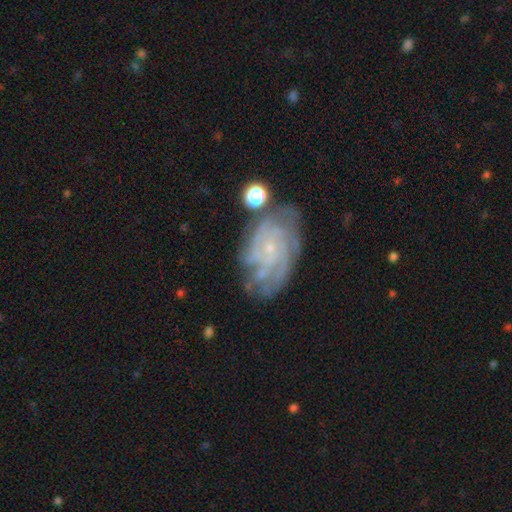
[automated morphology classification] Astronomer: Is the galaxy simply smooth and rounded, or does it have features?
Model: featured or disk — 84%.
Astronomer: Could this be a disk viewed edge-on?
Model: no — 97%.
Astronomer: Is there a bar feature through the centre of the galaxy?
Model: no — 78%.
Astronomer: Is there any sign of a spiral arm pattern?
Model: yes — 94%.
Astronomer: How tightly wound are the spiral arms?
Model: tight — 63%.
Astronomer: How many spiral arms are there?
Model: can't tell — 30% (runner-up: 4, 27%).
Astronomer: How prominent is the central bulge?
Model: small — 83%.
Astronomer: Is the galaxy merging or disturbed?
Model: none — 62%.